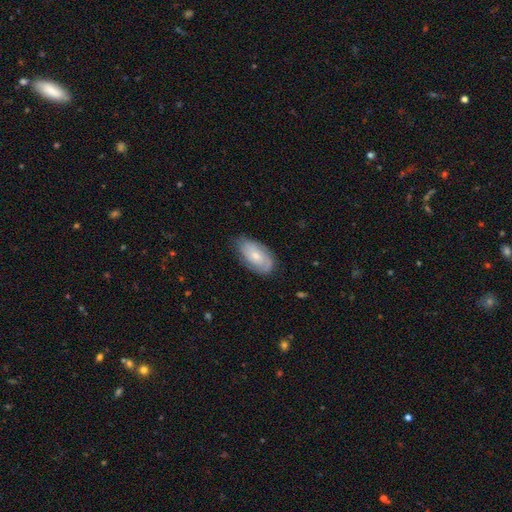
Q: Smooth or featured?
A: smooth (55%); runner-up: featured or disk (42%)
Q: How rounded?
A: in between (95%); runner-up: cigar-shaped (5%)
Q: Merging?
A: none (76%); runner-up: minor disturbance (19%)